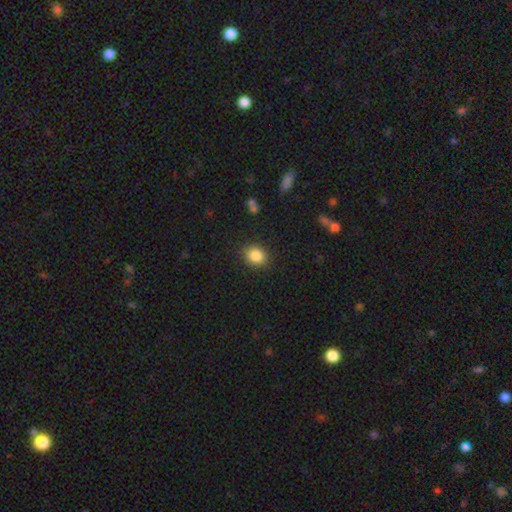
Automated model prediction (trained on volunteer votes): This appears to be a smooth galaxy with no disk features (86%) that is round (58%). Merging: none (88%).